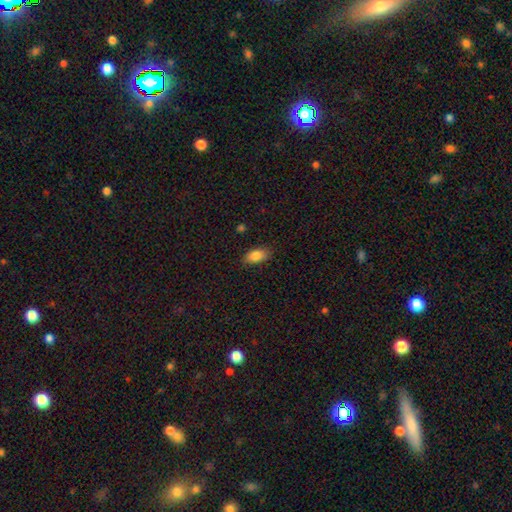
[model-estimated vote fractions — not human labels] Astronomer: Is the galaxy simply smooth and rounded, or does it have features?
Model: smooth — 84%.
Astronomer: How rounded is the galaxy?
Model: in between — 90%.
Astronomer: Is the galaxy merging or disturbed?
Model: none — 84%.